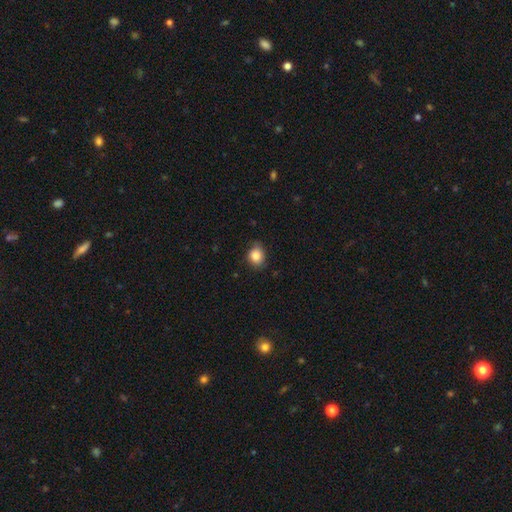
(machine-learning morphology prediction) Smooth or featured?
  - smooth: 85% *
  - star or artifact: 9%
  - featured or disk: 6%
How rounded?
  - round: 55% *
  - in between: 44%
  - cigar-shaped: 1%
Merging?
  - none: 72% *
  - minor disturbance: 23%
  - major disturbance: 4%
  - merger: 1%